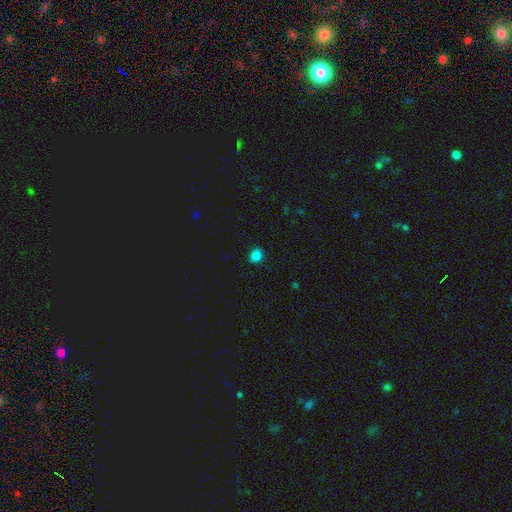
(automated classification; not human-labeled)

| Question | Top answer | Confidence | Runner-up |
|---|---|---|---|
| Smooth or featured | smooth | 85% | star or artifact (12%) |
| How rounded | round | 53% | in between (46%) |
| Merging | none | 87% | minor disturbance (9%) |